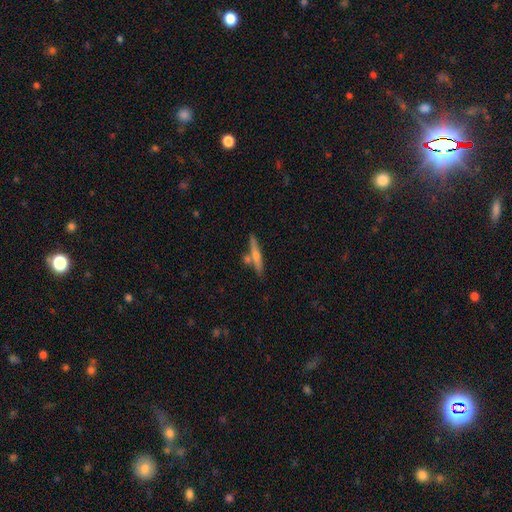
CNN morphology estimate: featured or disk 49%, smooth 45%, star or artifact 6%. Down the decision tree: merging — none (73%).